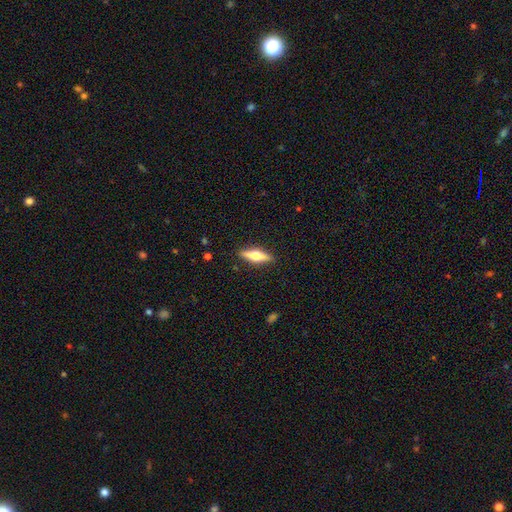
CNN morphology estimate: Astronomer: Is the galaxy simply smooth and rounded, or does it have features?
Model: featured or disk — 54% (runner-up: smooth, 40%).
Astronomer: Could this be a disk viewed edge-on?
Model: yes — 94%.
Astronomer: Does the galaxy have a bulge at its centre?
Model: rounded — 95%.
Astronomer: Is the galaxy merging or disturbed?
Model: none — 90%.